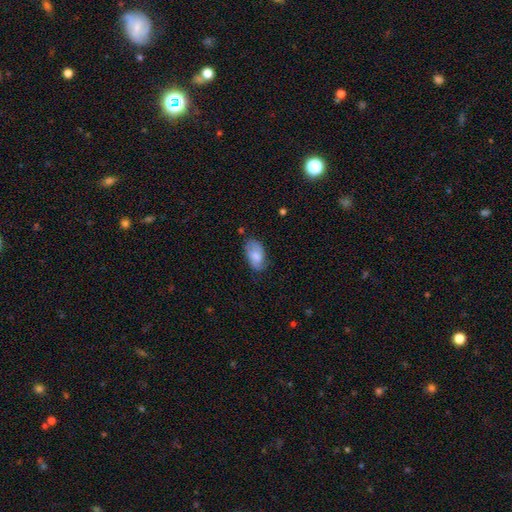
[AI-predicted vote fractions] Smooth or featured? smooth (74%)
How rounded? in between (94%)
Merging? none (64%)